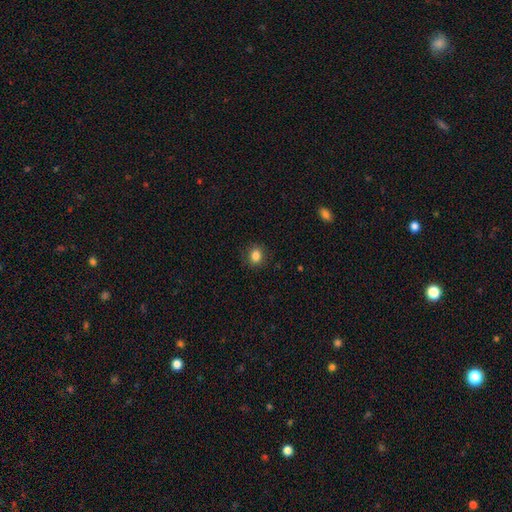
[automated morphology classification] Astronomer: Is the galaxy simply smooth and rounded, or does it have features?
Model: smooth — 85%.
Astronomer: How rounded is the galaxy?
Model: round — 60% (runner-up: in between, 38%).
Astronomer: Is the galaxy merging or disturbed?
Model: none — 87%.